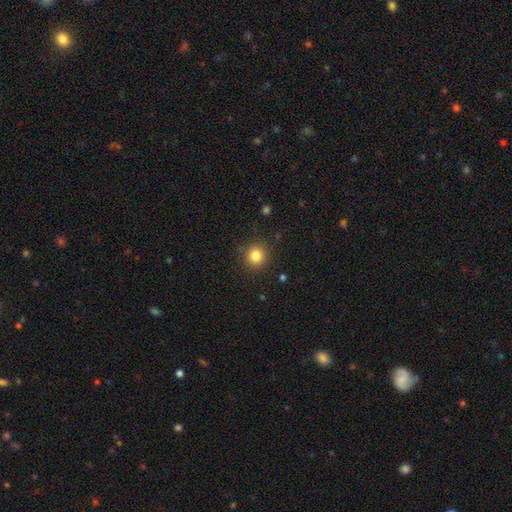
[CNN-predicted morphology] This appears to be a smooth galaxy with no disk features (83%) that is round (91%). Merging: none (88%).